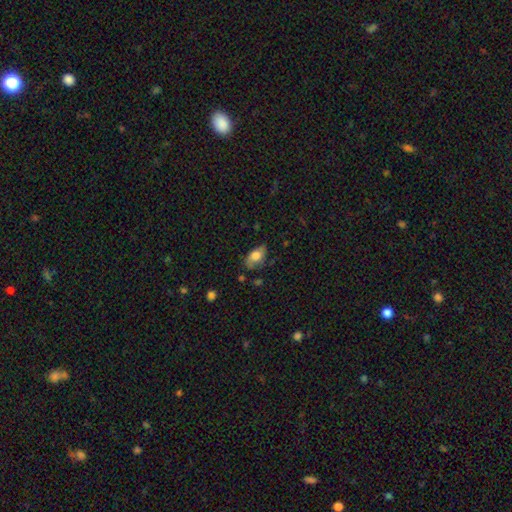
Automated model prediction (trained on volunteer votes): This appears to be a smooth galaxy with no disk features (68%) that is in between round and cigar-shaped (89%). Merging: none (62%).